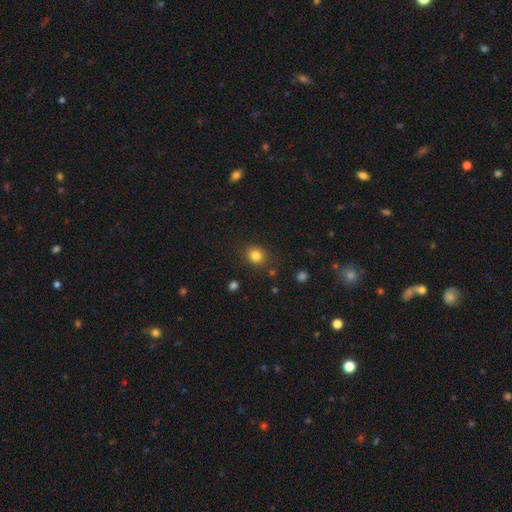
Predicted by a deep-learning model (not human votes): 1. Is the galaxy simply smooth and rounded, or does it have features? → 83% smooth, 12% star or artifact, 5% featured or disk.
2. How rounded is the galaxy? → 72% round, 27% in between, 1% cigar-shaped.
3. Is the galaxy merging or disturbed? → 85% none, 10% minor disturbance, 3% major disturbance, 2% merger.